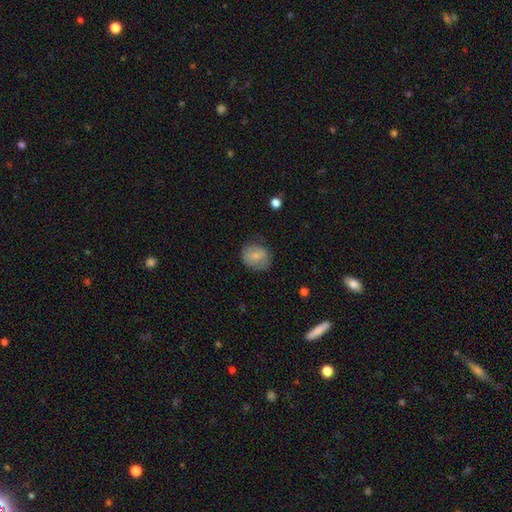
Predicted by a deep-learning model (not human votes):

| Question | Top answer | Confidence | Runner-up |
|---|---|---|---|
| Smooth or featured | smooth | 71% | featured or disk (21%) |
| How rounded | round | 71% | in between (28%) |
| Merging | none | 72% | minor disturbance (20%) |